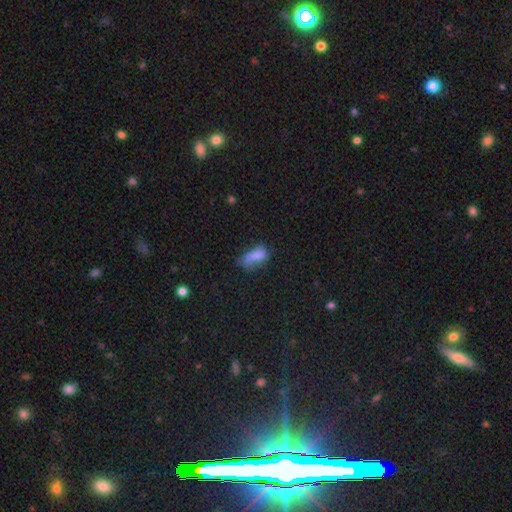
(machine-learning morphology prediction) Smooth or featured: smooth — 71% (featured or disk — 17%)
How rounded: in between — 78% (cigar-shaped — 17%)
Merging: minor disturbance — 32% (tied with none — 32%)